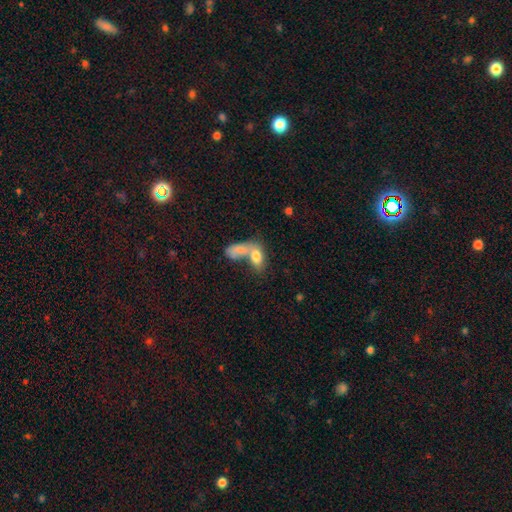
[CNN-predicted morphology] This appears to be a smooth galaxy with no disk features (77%) that is in between round and cigar-shaped (86%). Merging: merger (65%).